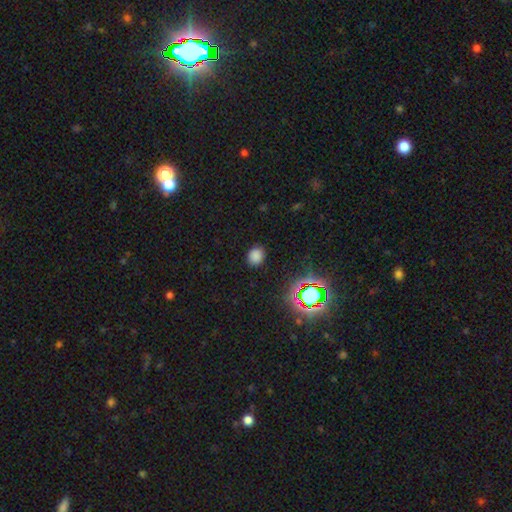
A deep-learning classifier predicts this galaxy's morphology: A smooth galaxy with no disk features (76%) that is round (64%).

Vote fractions:
- Smooth or featured? smooth: 76% / star or artifact: 19% / featured or disk: 5%
- How rounded? round: 64% / in between: 35% / cigar-shaped: 1%
- Merging? none: 86% / minor disturbance: 10% / major disturbance: 3% / merger: 1%